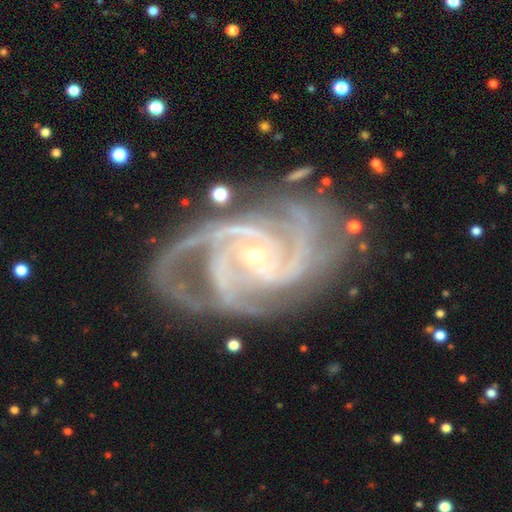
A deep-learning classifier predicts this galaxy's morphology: Smooth or featured?
  - featured or disk: 93% *
  - star or artifact: 5%
  - smooth: 2%
Edge-on disk?
  - no: 98% *
  - yes: 2%
Bar?
  - no: 56% *
  - weak: 28%
  - strong: 16%
Spiral arms?
  - yes: 99% *
  - no: 1%
Spiral winding?
  - tight: 51% *
  - medium: 43%
  - loose: 5%
Spiral arm count?
  - 3: 38% *
  - 4: 25%
  - 2: 14%
  - can't tell: 9%
  - more than 4: 7%
  - 1: 7%
Bulge size?
  - small: 83% *
  - moderate: 13%
  - none: 2%
  - large: 1%
  - dominant: 1%
Merging?
  - none: 67% *
  - minor disturbance: 19%
  - major disturbance: 12%
  - merger: 2%